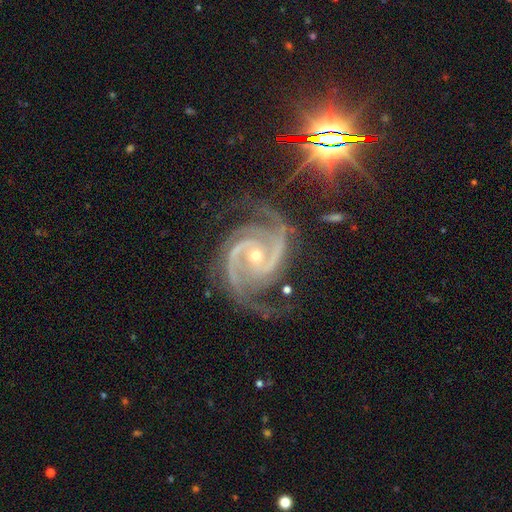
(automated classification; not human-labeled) smooth_or_featured: featured or disk (p=0.92) [alt: star or artifact p=0.06]
disk_edge_on: no (p=0.98) [alt: yes p=0.02]
bar: no (p=0.54) [alt: weak p=0.28]
has_spiral_arms: yes (p=0.99) [alt: no p=0.01]
spiral_winding: tight (p=0.48) [alt: medium p=0.47]
spiral_arm_count: 2 (p=0.49) [alt: 3 p=0.30]
bulge_size: small (p=0.60) [alt: moderate p=0.38]
merging: none (p=0.66) [alt: minor disturbance p=0.21]